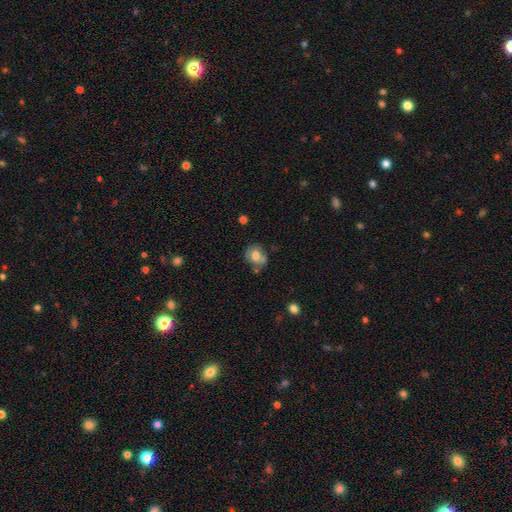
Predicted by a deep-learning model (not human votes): This appears to be a smooth galaxy with no disk features (57%) that is round (62%). Merging: none (61%).